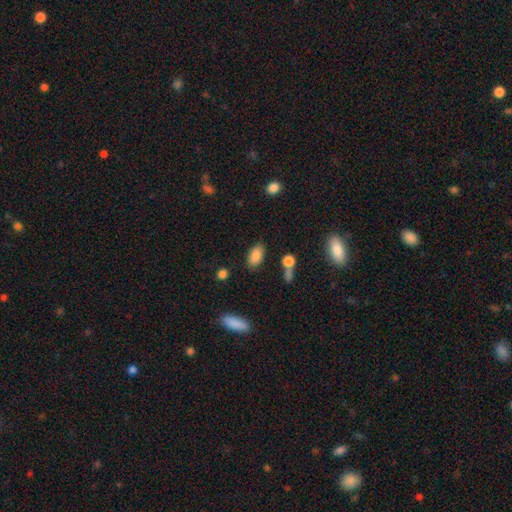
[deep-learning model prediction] This appears to be a smooth galaxy with no disk features (85%) that is in between round and cigar-shaped (92%). Merging: none (80%).